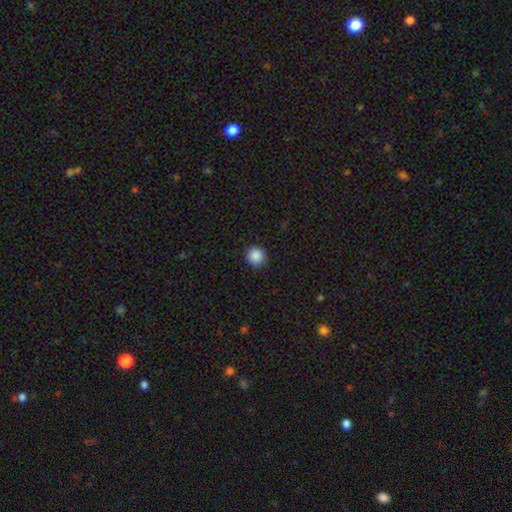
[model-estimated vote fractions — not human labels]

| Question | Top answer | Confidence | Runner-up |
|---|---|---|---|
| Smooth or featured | smooth | 89% | star or artifact (9%) |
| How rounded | round | 94% | in between (5%) |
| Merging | none | 91% | minor disturbance (6%) |